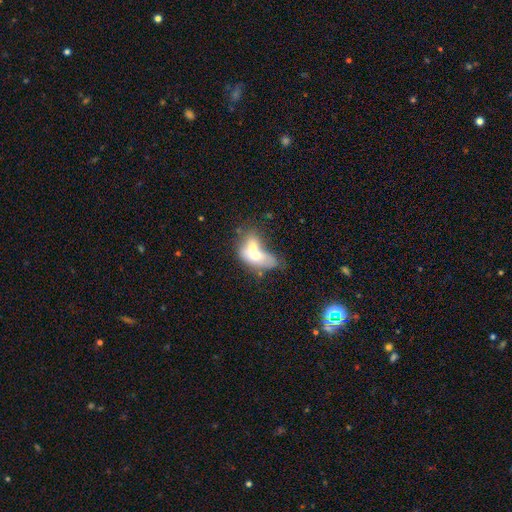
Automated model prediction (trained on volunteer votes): Q: Smooth or featured?
A: smooth (53%); runner-up: featured or disk (38%)
Q: How rounded?
A: in between (76%); runner-up: round (18%)
Q: Merging?
A: merger (73%); runner-up: none (10%)